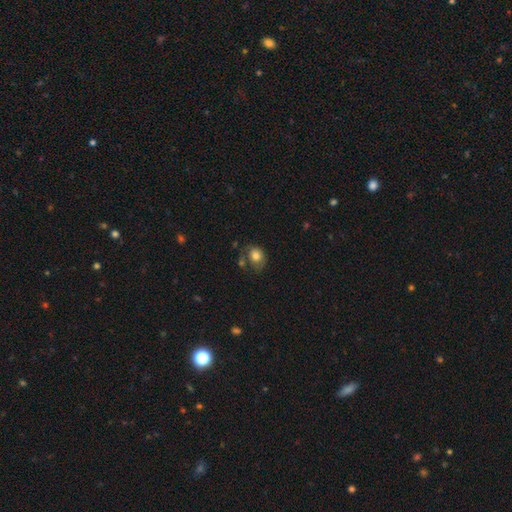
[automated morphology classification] A smooth galaxy with no disk features (77%) that is in between round and cigar-shaped (50%). Merging: none (46%).